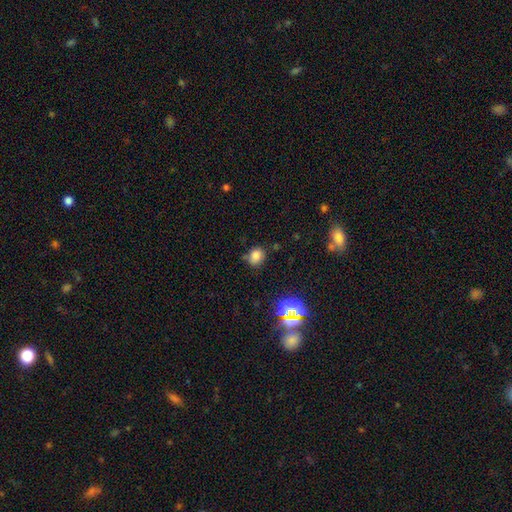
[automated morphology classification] A smooth galaxy with no disk features (77%) that is round (64%).

Vote fractions:
- Smooth or featured? smooth: 77% / star or artifact: 17% / featured or disk: 6%
- How rounded? round: 64% / in between: 35% / cigar-shaped: 1%
- Merging? none: 72% / minor disturbance: 18% / merger: 6% / major disturbance: 4%